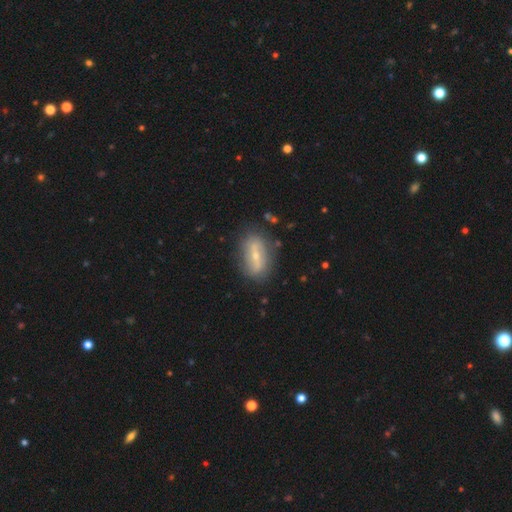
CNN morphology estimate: The model was most divided on "smooth or featured": featured or disk: 60%, smooth: 33%, star or artifact: 8%. More confident: edge-on disk — no (83%); merging — none (78%).